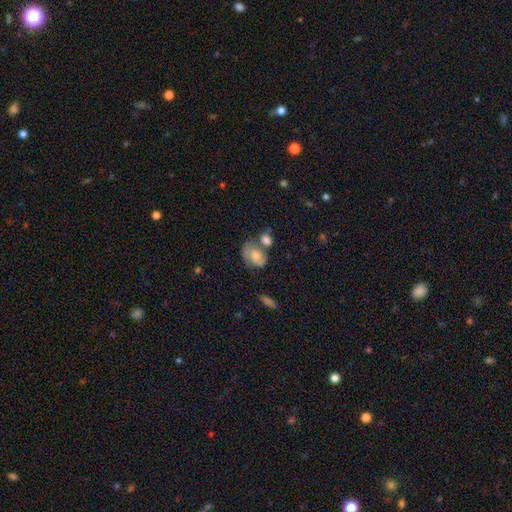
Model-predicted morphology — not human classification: Smooth or featured? smooth (52%)
How rounded? in between (65%)
Merging? none (41%)